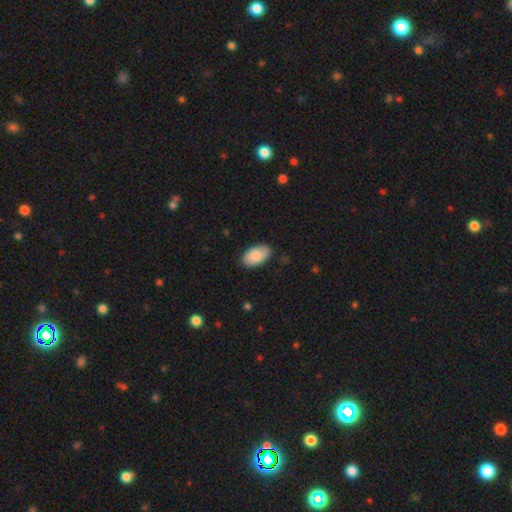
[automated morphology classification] This appears to be a smooth galaxy with no disk features (88%) that is in between round and cigar-shaped (95%). Merging: none (87%).